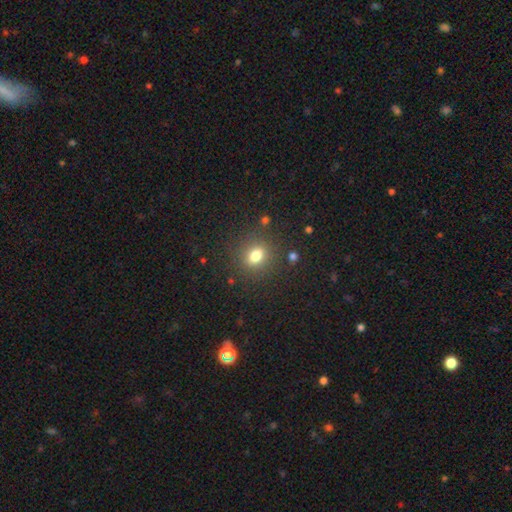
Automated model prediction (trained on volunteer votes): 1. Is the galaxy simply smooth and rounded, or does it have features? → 77% smooth, 15% star or artifact, 8% featured or disk.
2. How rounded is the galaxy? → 63% round, 36% in between, 1% cigar-shaped.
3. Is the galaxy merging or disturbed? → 85% none, 9% minor disturbance, 4% major disturbance, 3% merger.